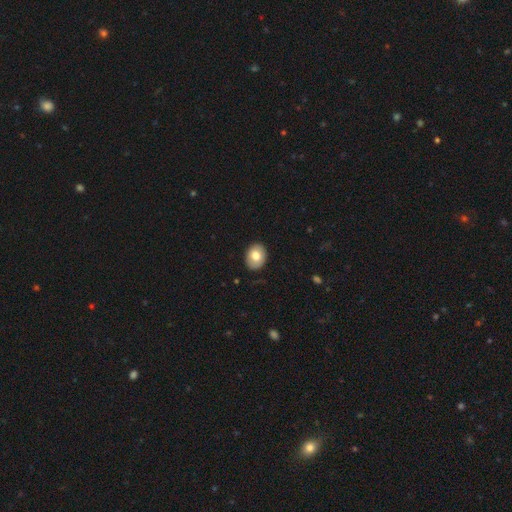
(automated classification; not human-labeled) The model was most divided on "how rounded": in between: 63%, round: 37%, cigar-shaped: 1%. More confident: merging — none (88%); smooth or featured — smooth (78%).